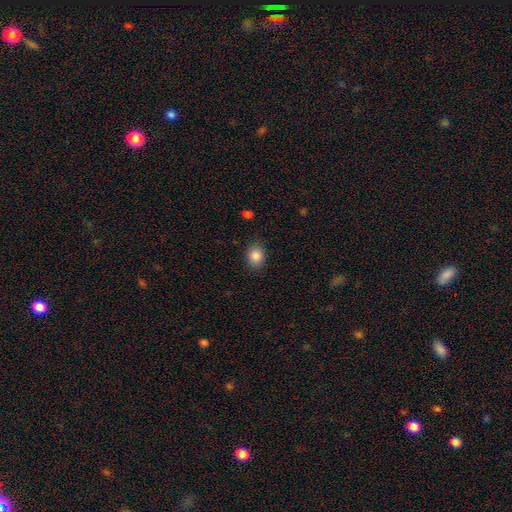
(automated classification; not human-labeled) This is clearly a smooth galaxy (87%). How rounded: possibly round (50%). Merging: clearly none (84%).